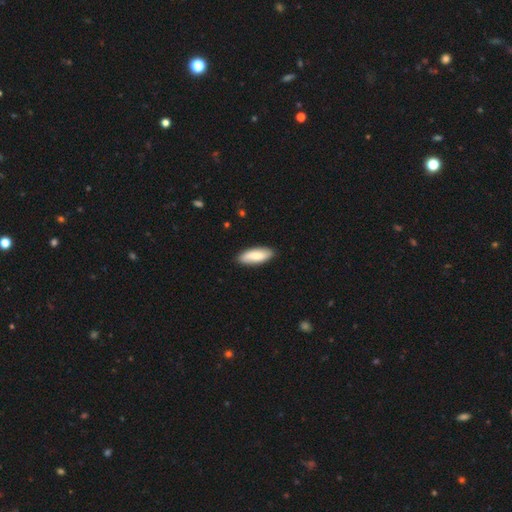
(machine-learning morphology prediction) Q: Smooth or featured?
A: smooth (77%); runner-up: featured or disk (18%)
Q: How rounded?
A: in between (70%); runner-up: cigar-shaped (28%)
Q: Merging?
A: none (88%); runner-up: minor disturbance (9%)